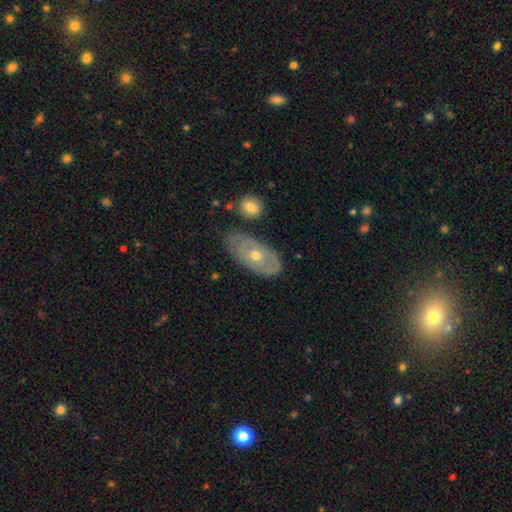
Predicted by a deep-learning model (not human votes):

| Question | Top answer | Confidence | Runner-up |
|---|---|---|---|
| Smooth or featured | featured or disk | 58% | smooth (36%) |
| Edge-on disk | no | 87% | yes (13%) |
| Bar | no | 90% | weak (8%) |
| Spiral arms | no | 65% | yes (35%) |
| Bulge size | moderate | 67% | small (29%) |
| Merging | none | 66% | minor disturbance (23%) |